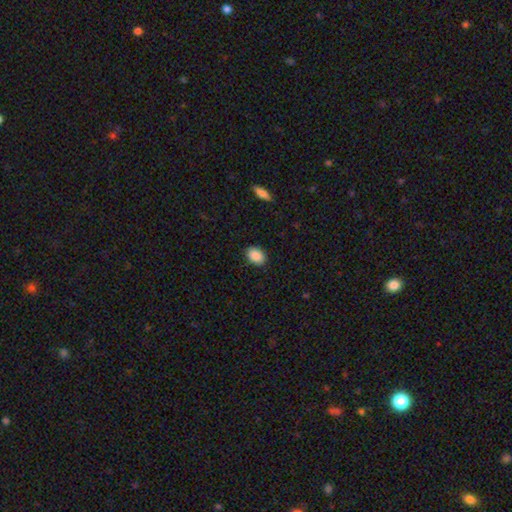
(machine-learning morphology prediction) smooth 89%, star or artifact 8%, featured or disk 3%. Down the decision tree: how rounded — in between (78%); merging — none (89%).